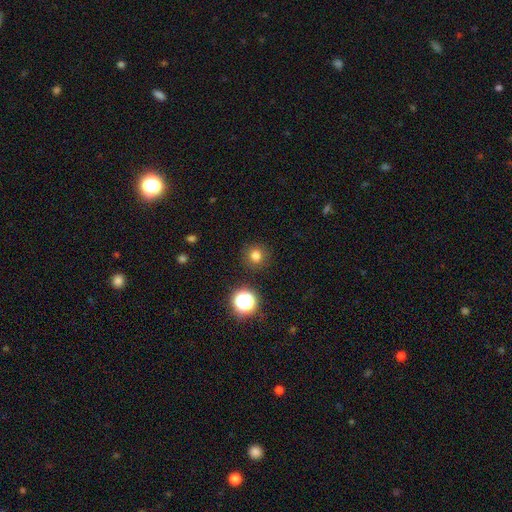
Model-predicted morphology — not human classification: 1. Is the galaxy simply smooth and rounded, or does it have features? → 77% smooth, 17% star or artifact, 6% featured or disk.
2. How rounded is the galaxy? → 93% round, 6% in between, 1% cigar-shaped.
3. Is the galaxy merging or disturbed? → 90% none, 6% minor disturbance, 2% major disturbance, 1% merger.